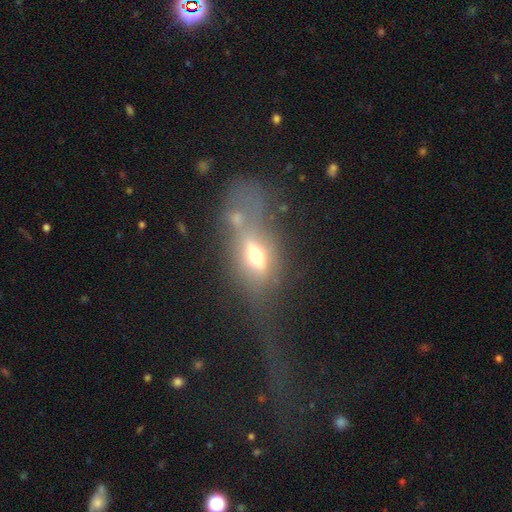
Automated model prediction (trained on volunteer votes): This appears to be a featured or disk galaxy (51%) viewed edge-on (54%). Merging: none (34%).